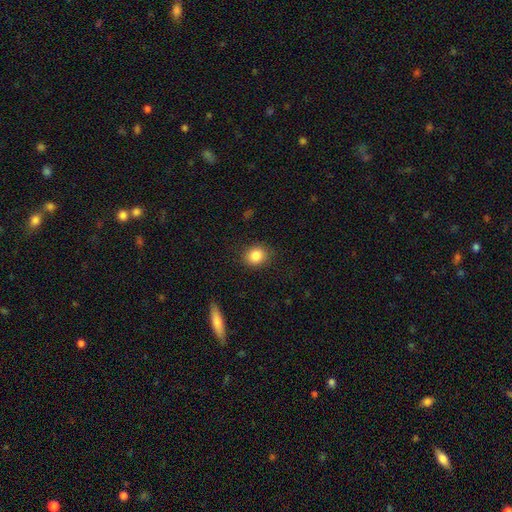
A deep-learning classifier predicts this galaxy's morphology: smooth-or-featured: smooth: 85% | star or artifact: 9% | featured or disk: 6%
  how-rounded: round: 69% | in between: 30% | cigar-shaped: 1%
  merging: none: 86% | minor disturbance: 10% | major disturbance: 3% | merger: 1%